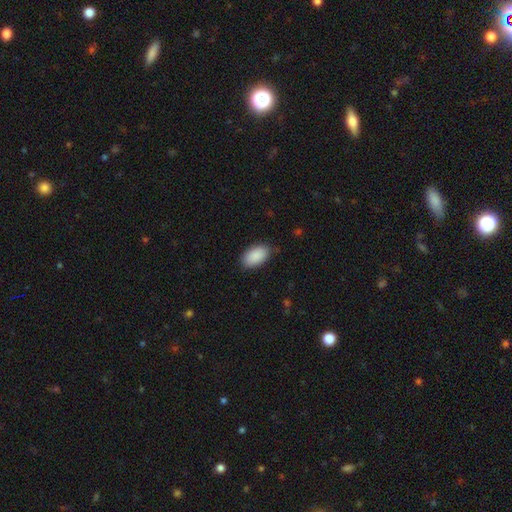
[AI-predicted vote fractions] Smooth or featured? Predicted: smooth (p=0.90). How rounded? Predicted: in between (p=0.95). Merging? Predicted: none (p=0.82).